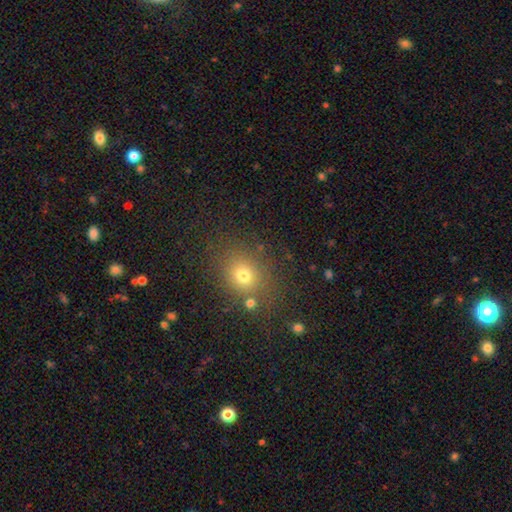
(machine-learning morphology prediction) Smooth or featured? Predicted: smooth (p=0.63). How rounded? Predicted: round (p=0.71). Merging? Predicted: none (p=0.84).